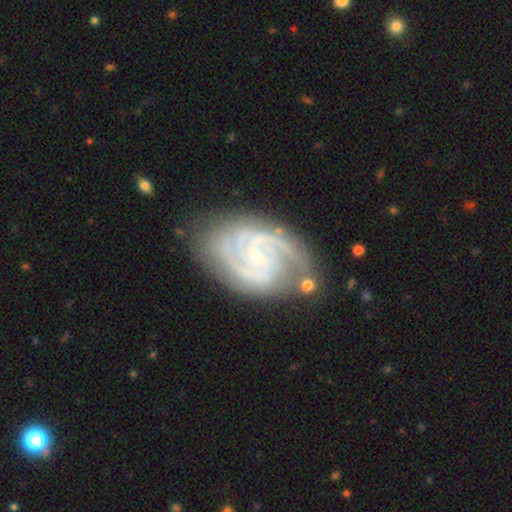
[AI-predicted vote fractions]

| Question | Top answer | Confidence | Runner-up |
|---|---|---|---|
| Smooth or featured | featured or disk | 91% | star or artifact (5%) |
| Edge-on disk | no | 98% | yes (2%) |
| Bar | no | 53% | weak (36%) |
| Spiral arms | yes | 98% | no (2%) |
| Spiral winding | tight | 55% | medium (40%) |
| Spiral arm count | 2 | 38% | 3 (32%) |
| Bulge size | small | 82% | moderate (14%) |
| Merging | none | 73% | minor disturbance (18%) |